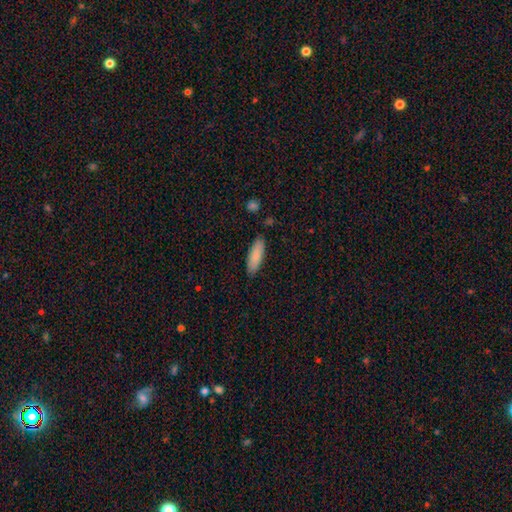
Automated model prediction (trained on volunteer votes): The model was most divided on "how rounded": in between: 57%, cigar-shaped: 42%, round: 2%. More confident: smooth or featured — smooth (86%); merging — none (85%).